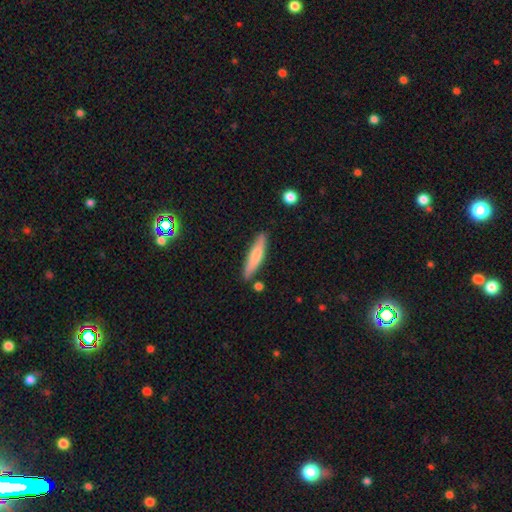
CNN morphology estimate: The model was most divided on "smooth or featured": smooth: 69%, featured or disk: 26%, star or artifact: 6%. More confident: how rounded — cigar-shaped (83%); merging — none (82%).